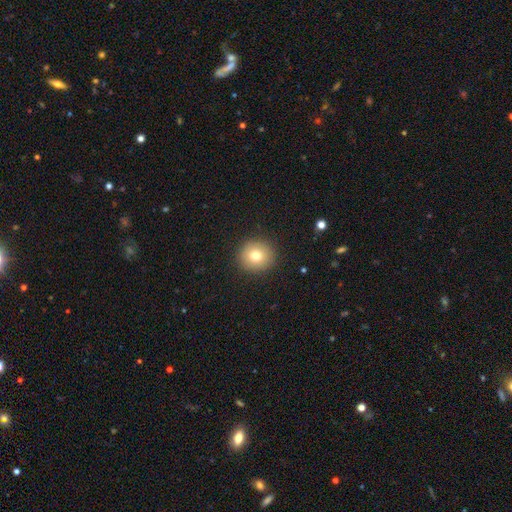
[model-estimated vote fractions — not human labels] Smooth or featured? smooth (76%)
How rounded? round (92%)
Merging? none (92%)